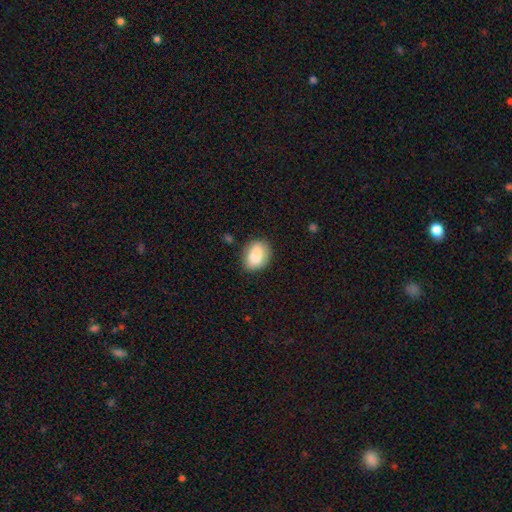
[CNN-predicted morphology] smooth 83%, featured or disk 9%, star or artifact 8%. Down the decision tree: how rounded — in between (69%); merging — none (75%).